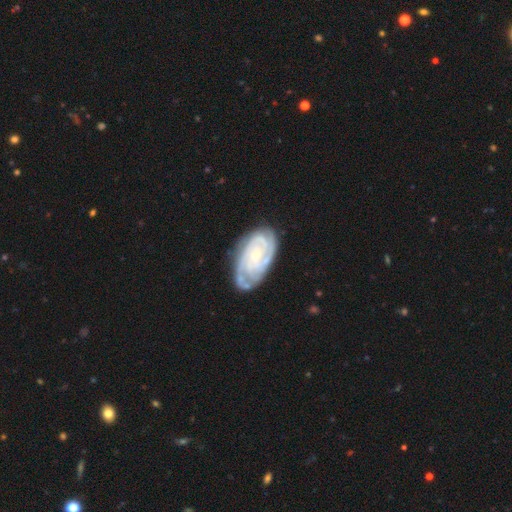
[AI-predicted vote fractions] A featured or disk galaxy (84%) with no bar (70%), tight (76%) spiral arms (96%) and a small central bulge (75%).

Vote fractions:
- Smooth or featured? featured or disk: 84% / smooth: 11% / star or artifact: 6%
- Edge-on disk? no: 96% / yes: 4%
- Bar? no: 70% / weak: 24% / strong: 6%
- Spiral arms? yes: 96% / no: 4%
- Spiral winding? tight: 76% / medium: 20% / loose: 4%
- Spiral arm count? can't tell: 32% / 3: 22% / 2: 20% / 4: 15% / more than 4: 6% / 1: 5%
- Bulge size? small: 75% / moderate: 19% / none: 4% / large: 1% / dominant: 1%
- Merging? none: 71% / minor disturbance: 21% / major disturbance: 6% / merger: 2%